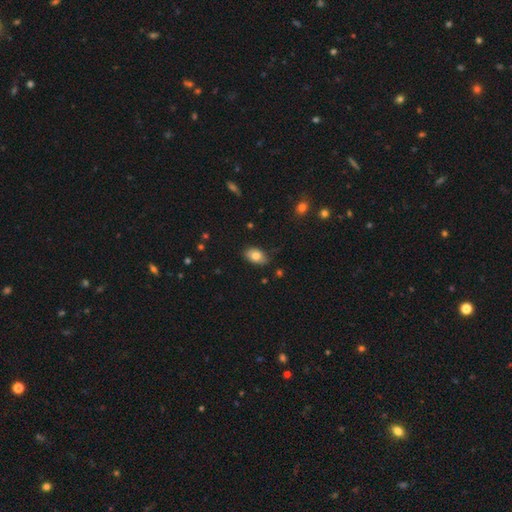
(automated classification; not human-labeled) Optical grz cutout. It shows a smooth galaxy with no disk features (80%) that is in between round and cigar-shaped (91%). Merging: none (80%).